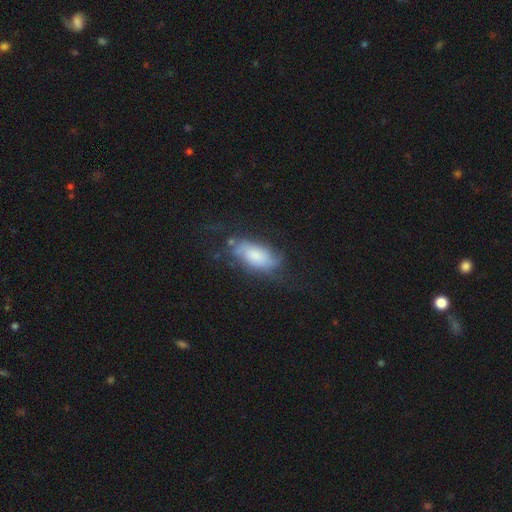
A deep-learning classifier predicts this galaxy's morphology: smooth_or_featured: smooth (p=0.49) [alt: featured or disk p=0.42]
merging: none (p=0.51) [alt: minor disturbance p=0.26]